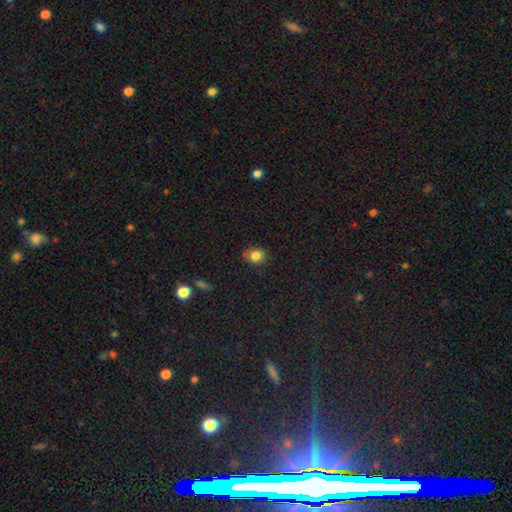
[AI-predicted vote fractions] Morphology: type=smooth (83%); roundness=round (70%); merging=none (82%).